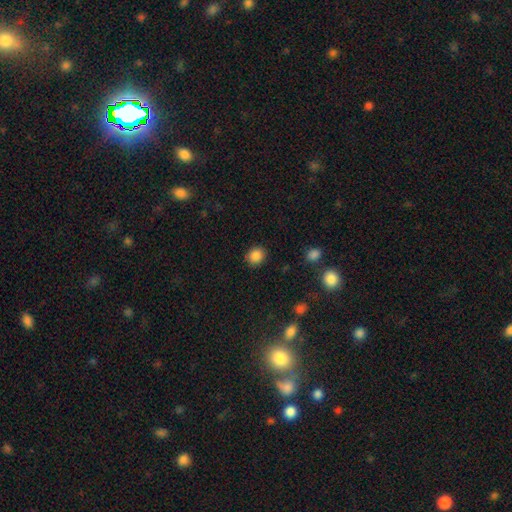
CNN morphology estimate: The model was most divided on "how rounded": round: 77%, in between: 22%, cigar-shaped: 1%. More confident: merging — none (88%); smooth or featured — smooth (86%).